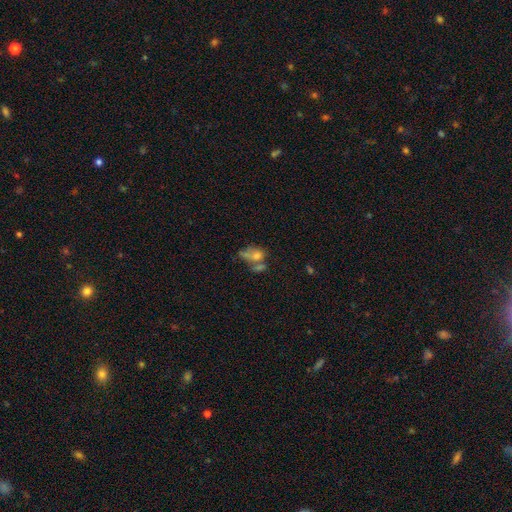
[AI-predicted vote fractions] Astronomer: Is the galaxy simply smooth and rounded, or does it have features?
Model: smooth — 51% (runner-up: featured or disk, 31%).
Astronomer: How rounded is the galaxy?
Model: in between — 73%.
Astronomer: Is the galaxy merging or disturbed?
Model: merger — 42% (runner-up: none, 25%).